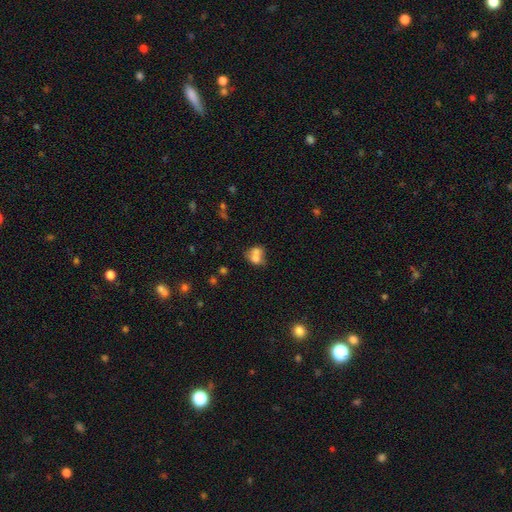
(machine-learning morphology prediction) This is likely a smooth galaxy (69%). How rounded: possibly round (52%). Merging: possibly merger (60%).